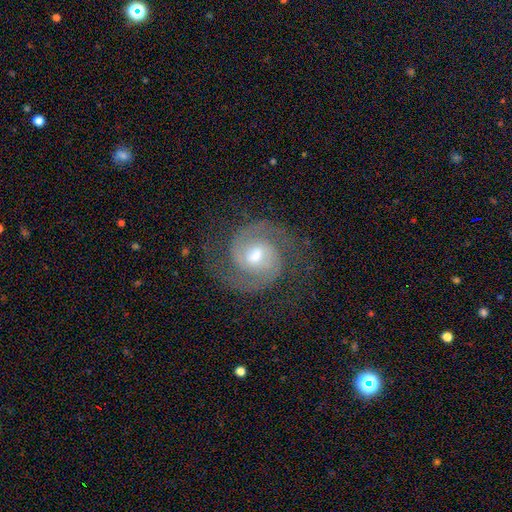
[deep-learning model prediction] Morphology: type=featured or disk (92%); edge-on=no (98%); bar=weak (51%); spiral arms=yes (99%); winding=medium (51%); arm count=2 (93%); bulge=moderate (67%); merging=none (80%).